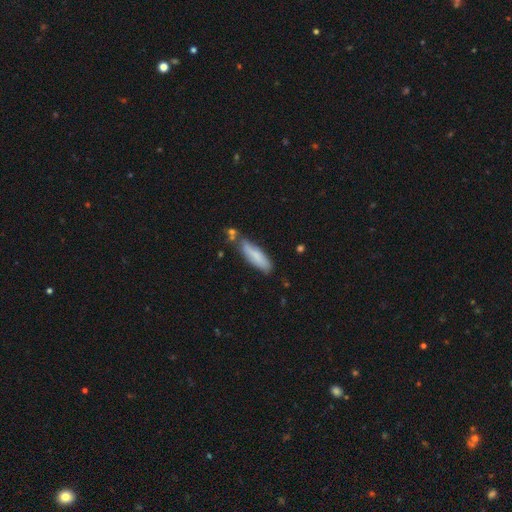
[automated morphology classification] This is likely a smooth galaxy (76%). How rounded: possibly cigar-shaped (59%). Merging: likely none (61%).